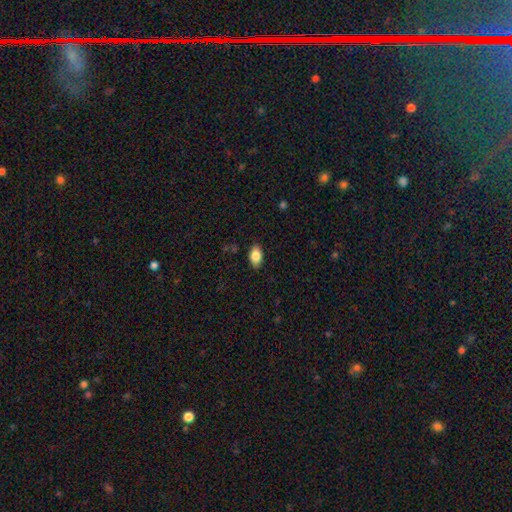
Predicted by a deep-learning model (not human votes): The model was most divided on "smooth or featured": smooth: 83%, featured or disk: 10%, star or artifact: 7%. More confident: how rounded — in between (91%); merging — none (87%).